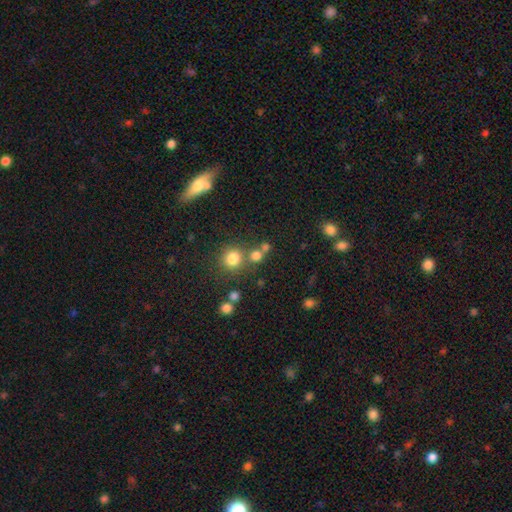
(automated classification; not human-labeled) A smooth galaxy with no disk features (74%) that is round (86%). Merging: none (62%).